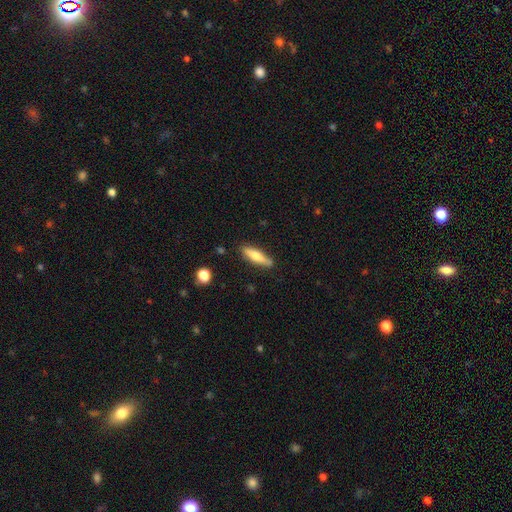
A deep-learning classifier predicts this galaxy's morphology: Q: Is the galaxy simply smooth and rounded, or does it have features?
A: smooth — 59%.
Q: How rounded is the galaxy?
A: cigar-shaped — 69%.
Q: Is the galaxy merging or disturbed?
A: none — 82%.